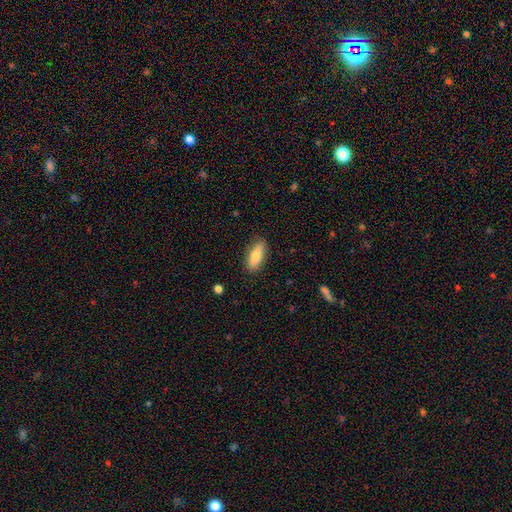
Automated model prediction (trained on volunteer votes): This is likely a smooth galaxy (77%). How rounded: likely in between (71%). Merging: clearly none (87%).